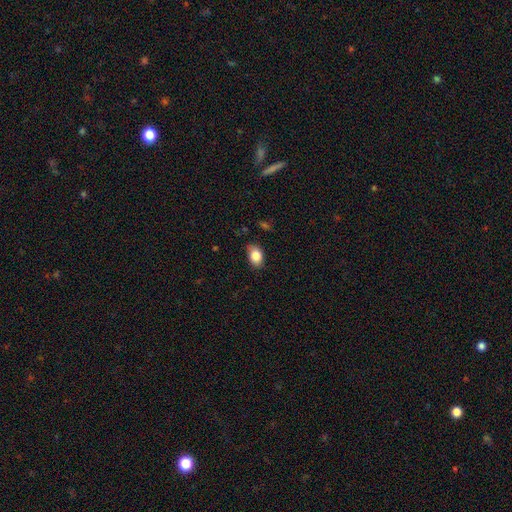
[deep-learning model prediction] Smooth or featured?
  - smooth: 84% *
  - featured or disk: 8%
  - star or artifact: 8%
How rounded?
  - in between: 82% *
  - round: 17%
  - cigar-shaped: 1%
Merging?
  - none: 79% *
  - minor disturbance: 17%
  - major disturbance: 3%
  - merger: 1%